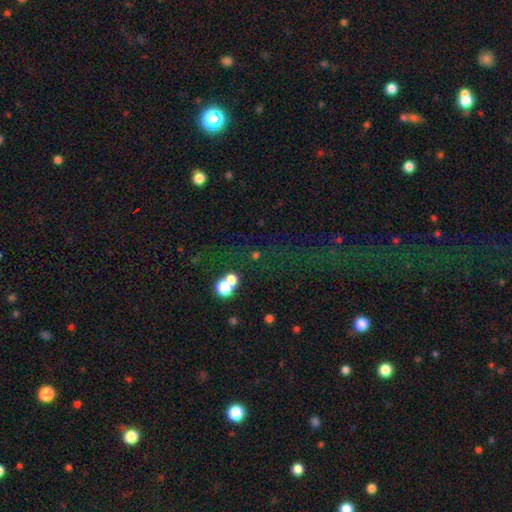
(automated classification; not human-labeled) A star or artifact, not a galaxy (49%).